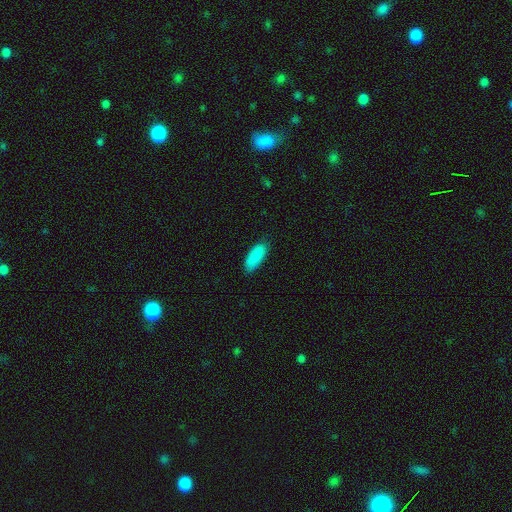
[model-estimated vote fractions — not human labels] This is clearly a smooth galaxy (89%). How rounded: likely in between (77%). Merging: clearly none (81%).